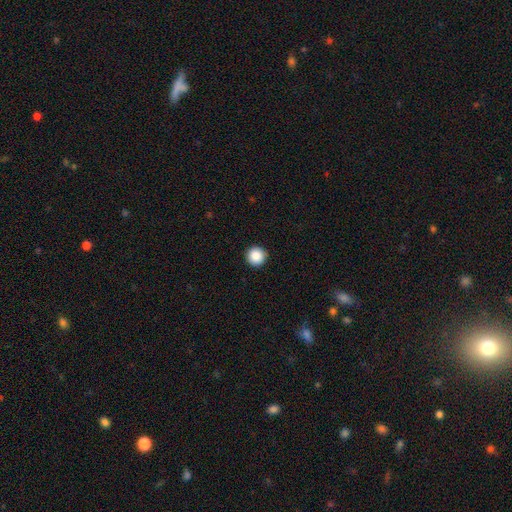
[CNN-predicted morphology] A smooth galaxy with no disk features (87%) that is round (96%).

Vote fractions:
- Smooth or featured? smooth: 87% / star or artifact: 9% / featured or disk: 4%
- How rounded? round: 96% / in between: 3% / cigar-shaped: 1%
- Merging? none: 93% / minor disturbance: 5% / major disturbance: 1% / merger: 1%